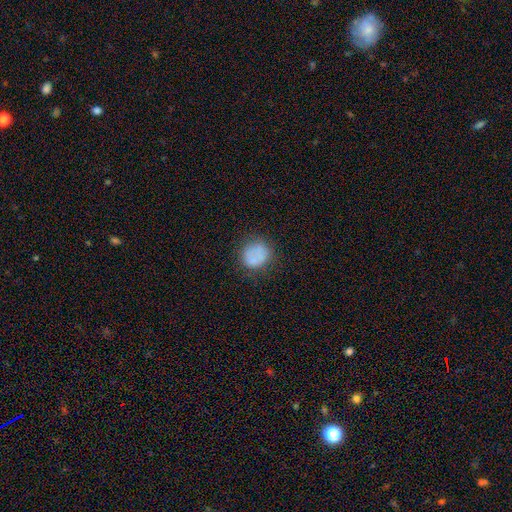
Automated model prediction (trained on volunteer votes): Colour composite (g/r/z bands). It shows a smooth galaxy with no disk features (75%) that is round (85%). Merging: none (70%).